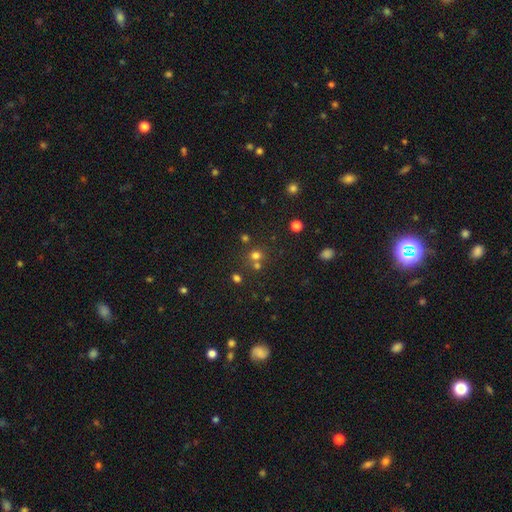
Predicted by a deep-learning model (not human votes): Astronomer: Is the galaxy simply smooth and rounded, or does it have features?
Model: smooth — 66%.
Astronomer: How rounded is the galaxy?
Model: round — 87%.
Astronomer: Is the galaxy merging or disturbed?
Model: none — 60%.